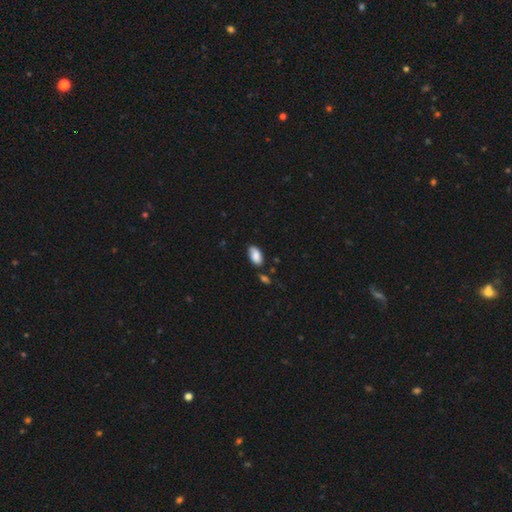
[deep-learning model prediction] This is clearly a smooth galaxy (86%). How rounded: clearly in between (95%). Merging: likely none (74%).